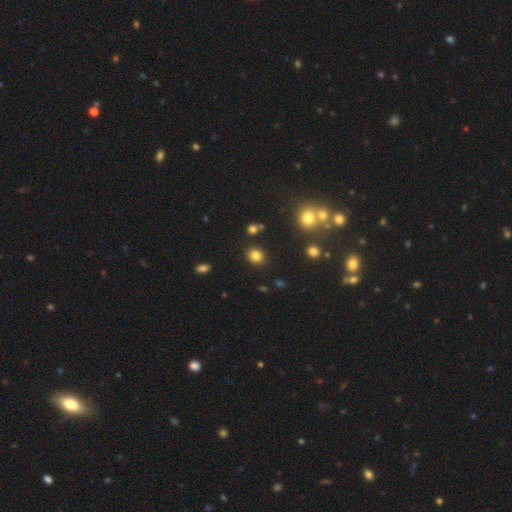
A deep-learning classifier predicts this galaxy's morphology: Q: Smooth or featured?
A: smooth (81%); runner-up: star or artifact (14%)
Q: How rounded?
A: round (84%); runner-up: in between (15%)
Q: Merging?
A: none (88%); runner-up: minor disturbance (6%)